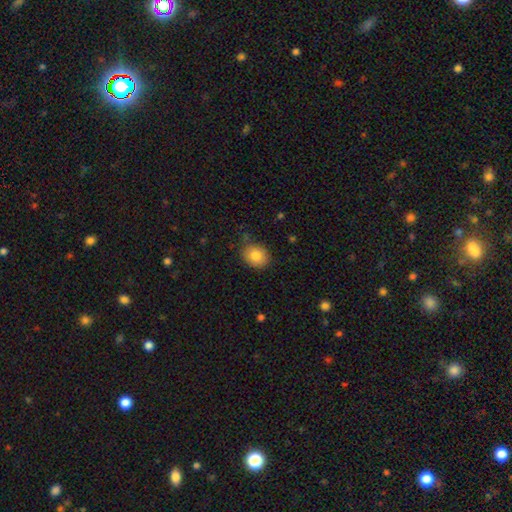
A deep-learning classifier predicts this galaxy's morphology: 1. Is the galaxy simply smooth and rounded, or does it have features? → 84% smooth, 8% star or artifact, 7% featured or disk.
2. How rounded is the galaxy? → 53% round, 47% in between, 1% cigar-shaped.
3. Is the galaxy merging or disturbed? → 76% none, 19% minor disturbance, 4% major disturbance, 2% merger.